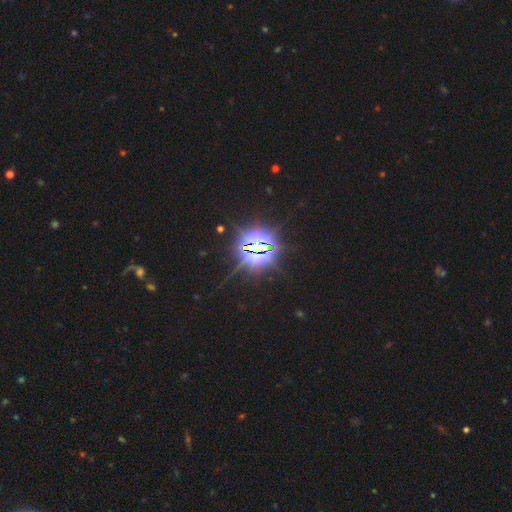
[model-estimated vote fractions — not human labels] Morphology: type=star or artifact (86%).